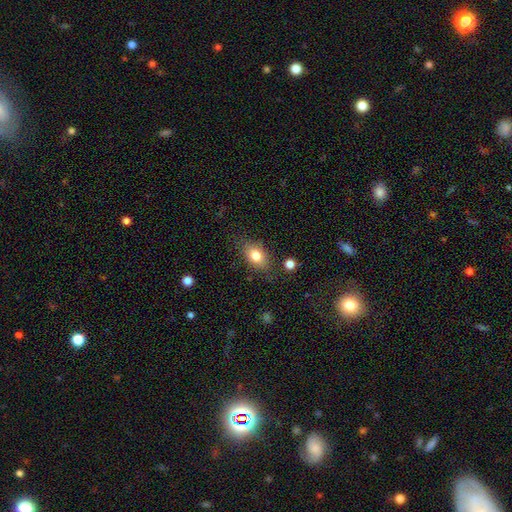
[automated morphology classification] A smooth galaxy with no disk features (81%) that is in between round and cigar-shaped (82%). Merging: none (79%).